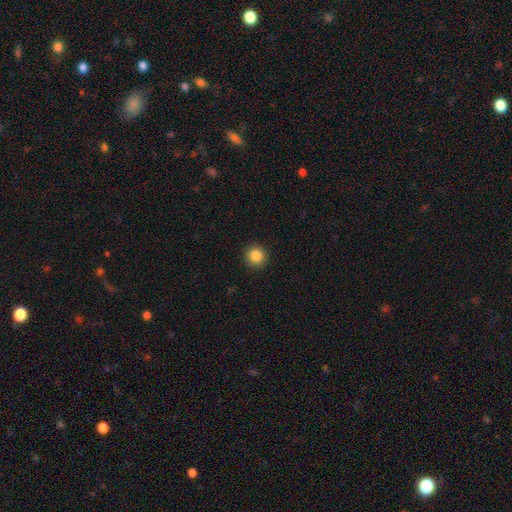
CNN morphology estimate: smooth 87%, star or artifact 10%, featured or disk 3%. Down the decision tree: how rounded — round (94%); merging — none (93%).